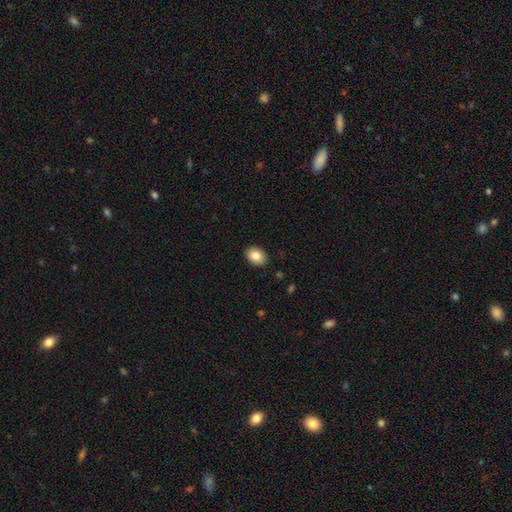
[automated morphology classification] This appears to be a smooth galaxy with no disk features (84%) that is in between round and cigar-shaped (73%). Merging: none (89%).